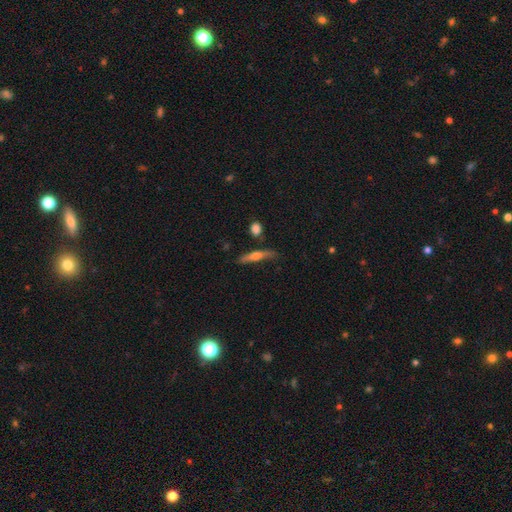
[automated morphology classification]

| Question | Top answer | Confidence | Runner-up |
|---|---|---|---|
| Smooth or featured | smooth | 47% | featured or disk (45%) |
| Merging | none | 70% | minor disturbance (19%) |